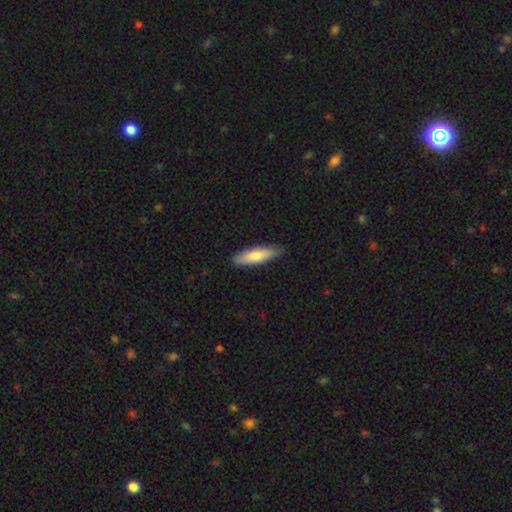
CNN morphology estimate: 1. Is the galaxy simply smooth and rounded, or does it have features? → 81% smooth, 14% featured or disk, 5% star or artifact.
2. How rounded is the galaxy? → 63% cigar-shaped, 35% in between, 1% round.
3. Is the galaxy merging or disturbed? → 86% none, 11% minor disturbance, 2% major disturbance, 1% merger.